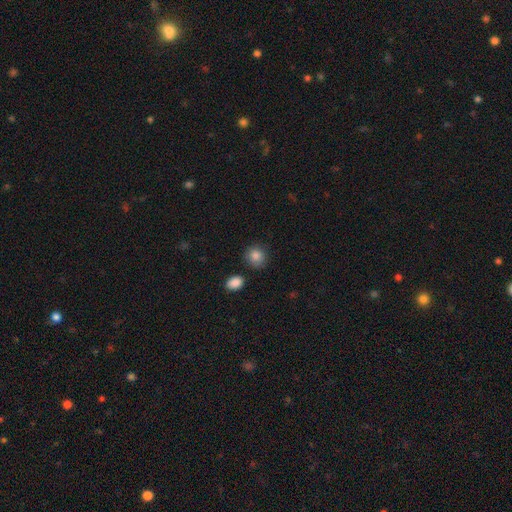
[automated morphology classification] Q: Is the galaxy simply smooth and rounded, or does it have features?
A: smooth — 87%.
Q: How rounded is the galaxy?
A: round — 82%.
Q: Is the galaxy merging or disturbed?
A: none — 82%.